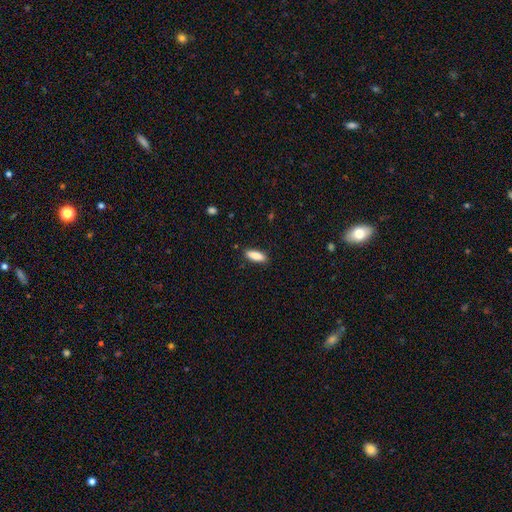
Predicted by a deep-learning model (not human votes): Smooth or featured: smooth — 86% (featured or disk — 8%)
How rounded: in between — 64% (cigar-shaped — 34%)
Merging: none — 88% (minor disturbance — 9%)